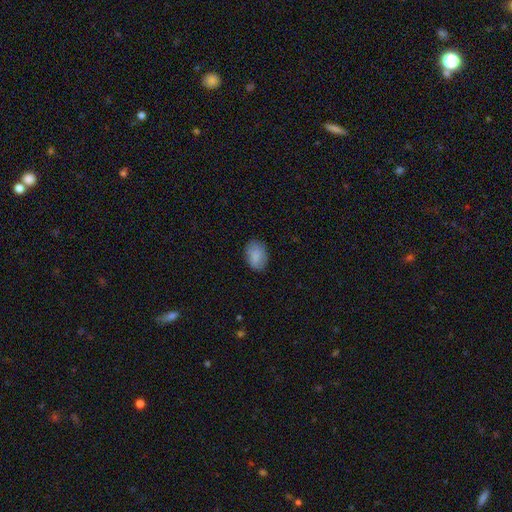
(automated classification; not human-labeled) smooth_or_featured: smooth (p=0.87) [alt: star or artifact p=0.07]
how_rounded: in between (p=0.81) [alt: round p=0.18]
merging: none (p=0.81) [alt: minor disturbance p=0.15]